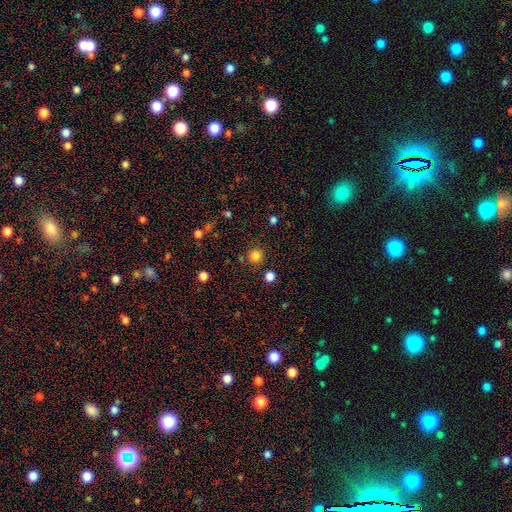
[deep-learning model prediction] Smooth or featured: smooth — 82% (star or artifact — 14%)
How rounded: round — 94% (in between — 5%)
Merging: none — 85% (minor disturbance — 8%)